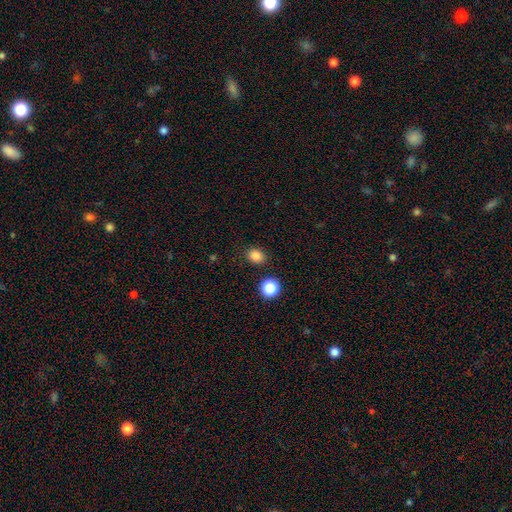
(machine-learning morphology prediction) type=smooth (84%); roundness=round (55%); merging=none (86%).